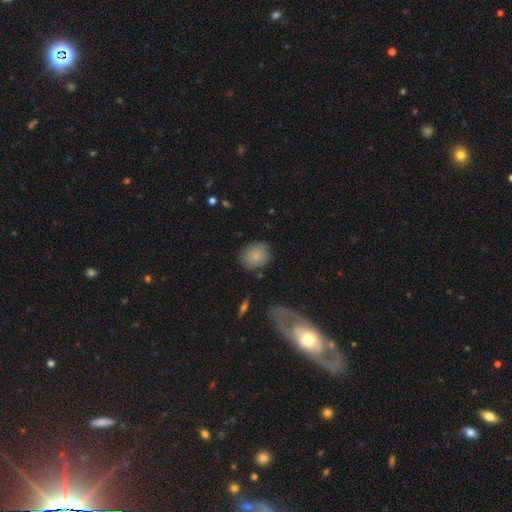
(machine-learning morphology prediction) Overall: smooth (83%). How rounded: round (56%; in between 43%). Merging: none (78%).